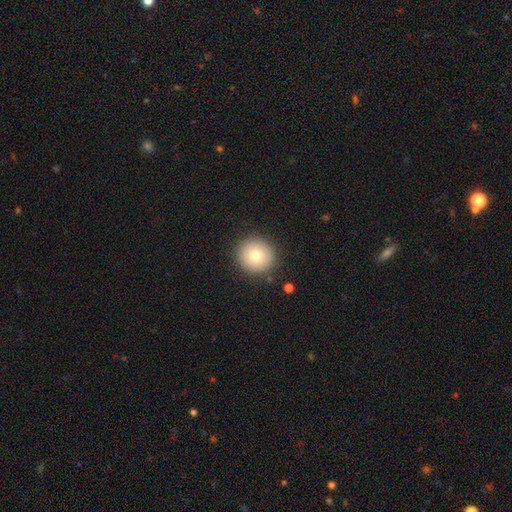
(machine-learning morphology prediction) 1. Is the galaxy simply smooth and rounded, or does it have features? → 77% smooth, 13% featured or disk, 10% star or artifact.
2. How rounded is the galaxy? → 94% round, 5% in between, 1% cigar-shaped.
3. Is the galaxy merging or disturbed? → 89% none, 7% minor disturbance, 2% major disturbance, 2% merger.